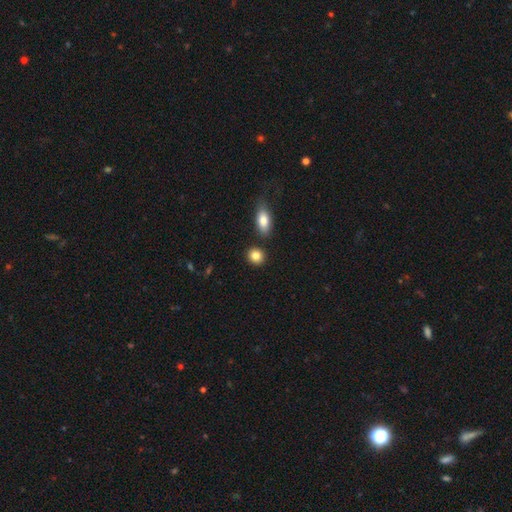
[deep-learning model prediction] Smooth or featured: smooth — 86% (star or artifact — 9%)
How rounded: round — 75% (in between — 24%)
Merging: none — 84% (minor disturbance — 8%)